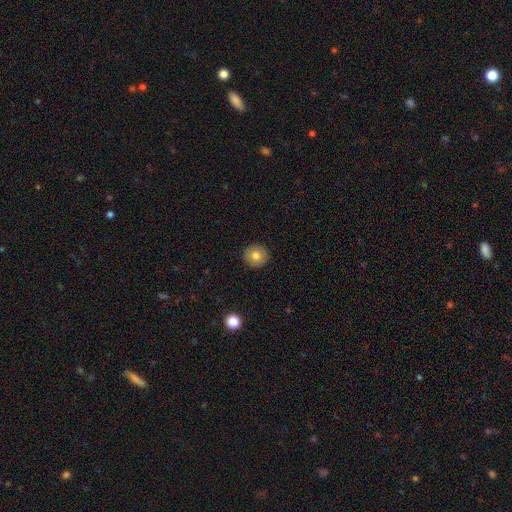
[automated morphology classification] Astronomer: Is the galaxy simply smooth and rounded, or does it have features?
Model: smooth — 79%.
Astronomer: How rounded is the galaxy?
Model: round — 94%.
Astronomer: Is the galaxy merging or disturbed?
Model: none — 92%.